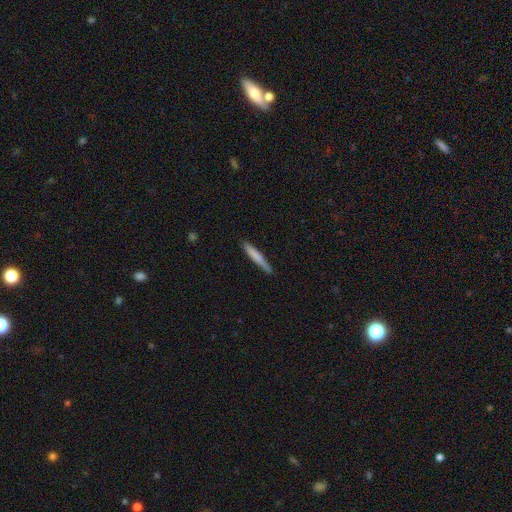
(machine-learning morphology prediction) A smooth galaxy with no disk features (74%) that is cigar-shaped (95%).

Vote fractions:
- Smooth or featured? smooth: 74% / featured or disk: 21% / star or artifact: 5%
- How rounded? cigar-shaped: 95% / in between: 4% / round: 1%
- Merging? none: 85% / minor disturbance: 12% / major disturbance: 2% / merger: 1%